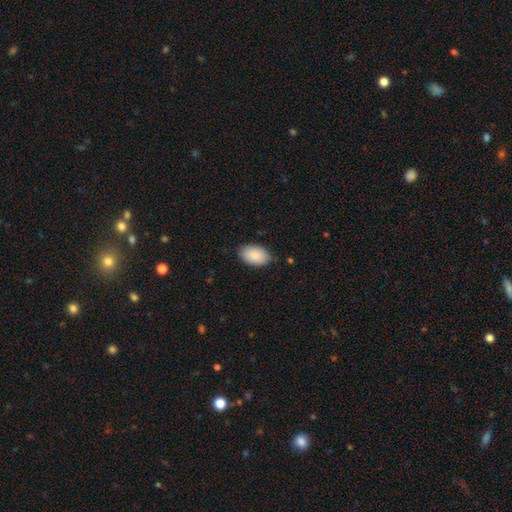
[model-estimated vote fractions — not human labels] smooth 90%, star or artifact 6%, featured or disk 4%. Down the decision tree: how rounded — in between (94%); merging — none (81%).